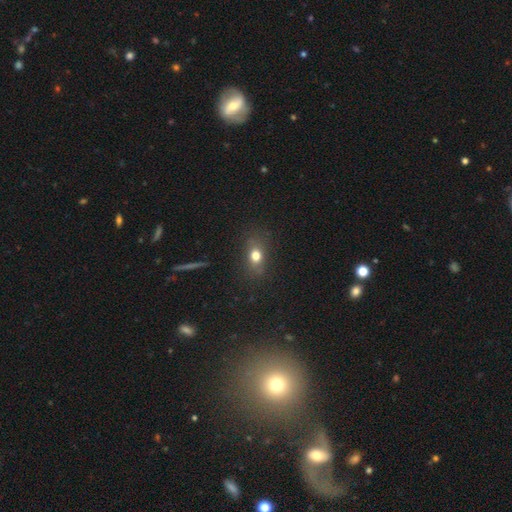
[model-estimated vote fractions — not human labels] Smooth or featured? Predicted: smooth (p=0.73). How rounded? Predicted: in between (p=0.60). Merging? Predicted: none (p=0.78).